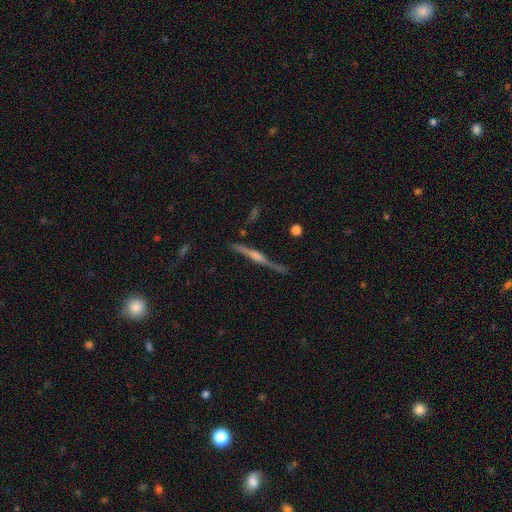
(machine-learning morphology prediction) type=featured or disk (80%); edge-on=yes (96%); edge-on bulge=rounded (68%); merging=none (77%).